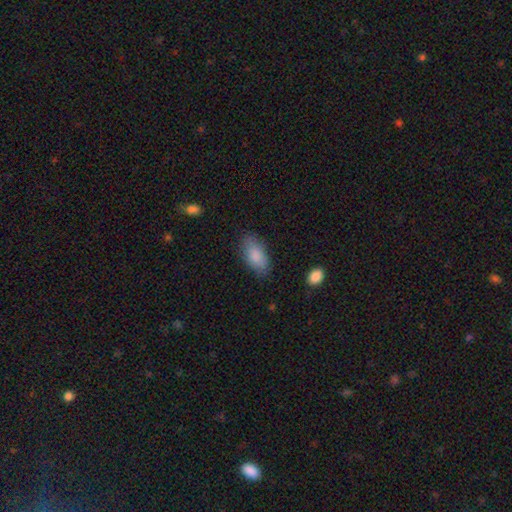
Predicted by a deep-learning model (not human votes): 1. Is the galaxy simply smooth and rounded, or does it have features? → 86% smooth, 8% featured or disk, 6% star or artifact.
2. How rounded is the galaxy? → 91% in between, 6% cigar-shaped, 3% round.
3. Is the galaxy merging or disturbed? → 80% none, 15% minor disturbance, 4% major disturbance, 1% merger.